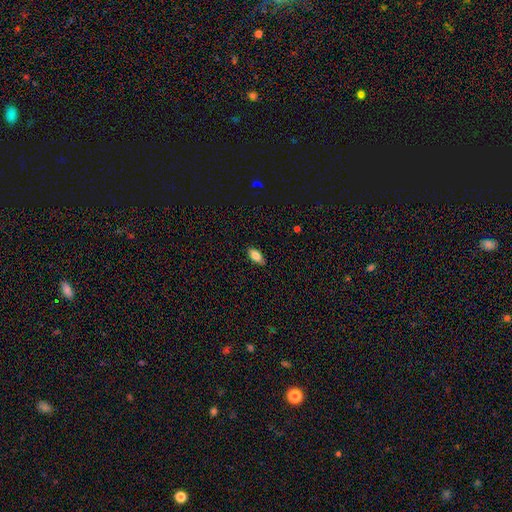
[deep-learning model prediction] Smooth or featured: smooth — 83% (featured or disk — 10%)
How rounded: in between — 89% (cigar-shaped — 8%)
Merging: none — 86% (minor disturbance — 11%)